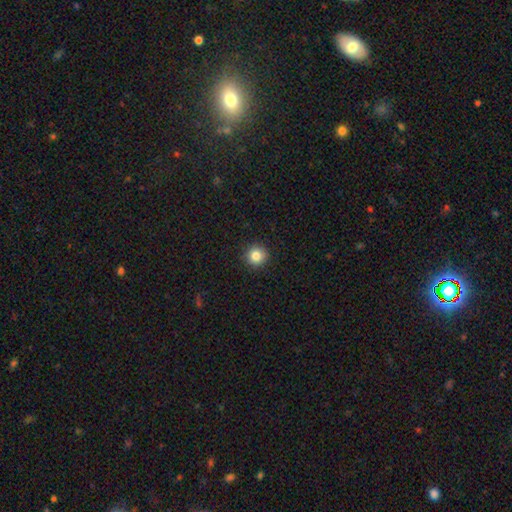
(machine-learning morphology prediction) The model was most divided on "smooth or featured": smooth: 84%, star or artifact: 11%, featured or disk: 6%. More confident: how rounded — round (94%); merging — none (93%).